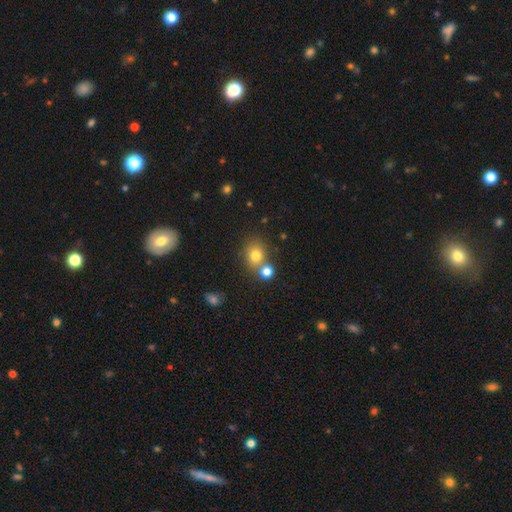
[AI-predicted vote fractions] Smooth or featured? Predicted: smooth (p=0.76). How rounded? Predicted: round (p=0.69). Merging? Predicted: none (p=0.61).